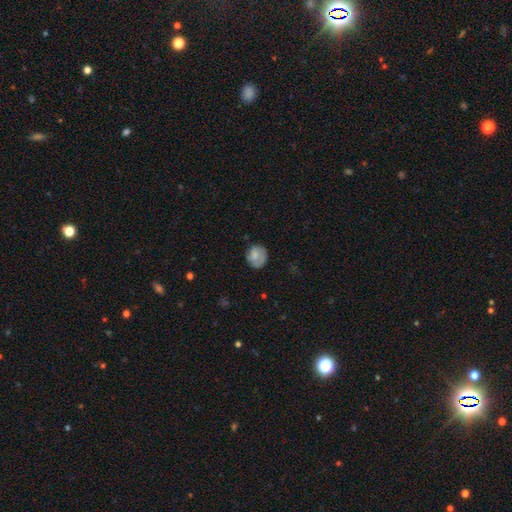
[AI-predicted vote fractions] This appears to be a smooth galaxy with no disk features (65%) that is round (75%). Merging: none (67%).